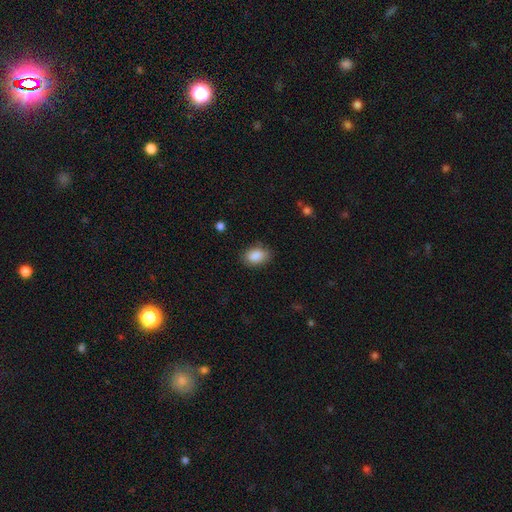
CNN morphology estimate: Overall: smooth (87%). How rounded: in between (84%). Merging: none (81%).